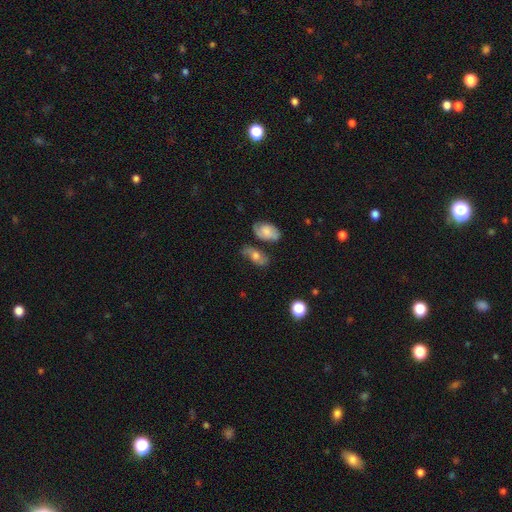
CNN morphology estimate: This appears to be a smooth galaxy with no disk features (47%). Merging: none (53%).